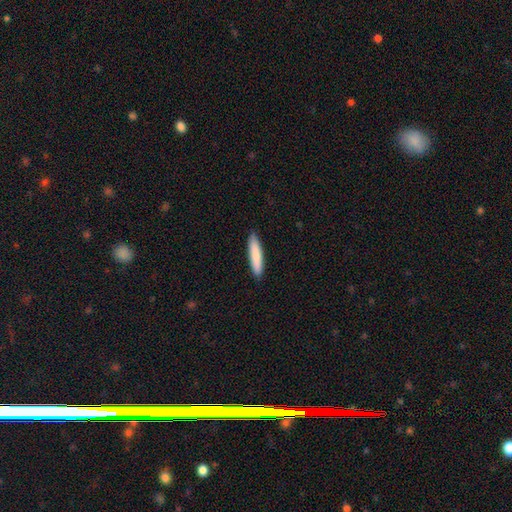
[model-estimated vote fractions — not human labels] Overall: smooth (85%). How rounded: cigar-shaped (85%). Merging: none (90%).